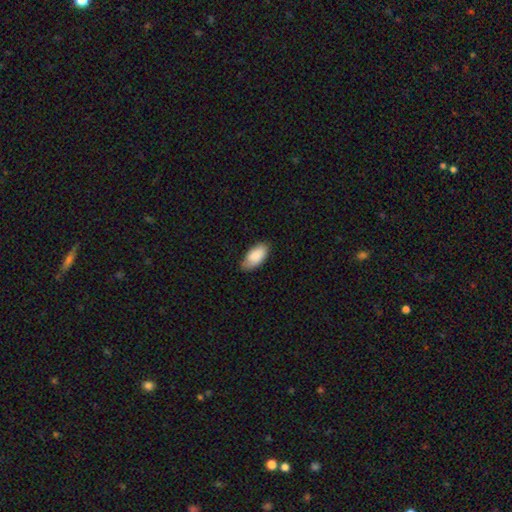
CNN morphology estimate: The model was most divided on "merging": none: 72%, minor disturbance: 23%, major disturbance: 3%, merger: 1%. More confident: how rounded — in between (94%); smooth or featured — smooth (87%).